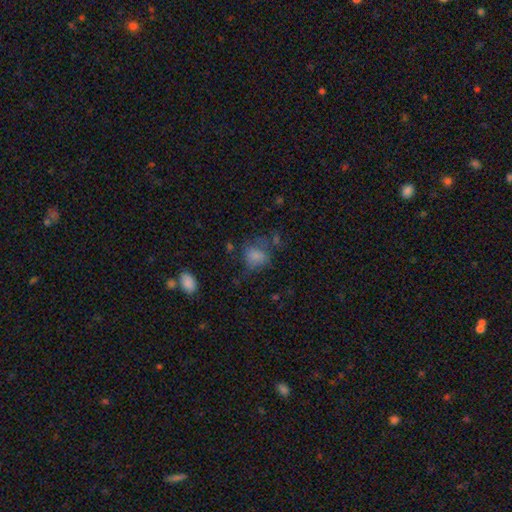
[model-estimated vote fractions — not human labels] Smooth or featured: smooth — 72% (featured or disk — 15%)
How rounded: round — 57% (in between — 42%)
Merging: none — 43% (minor disturbance — 25%)